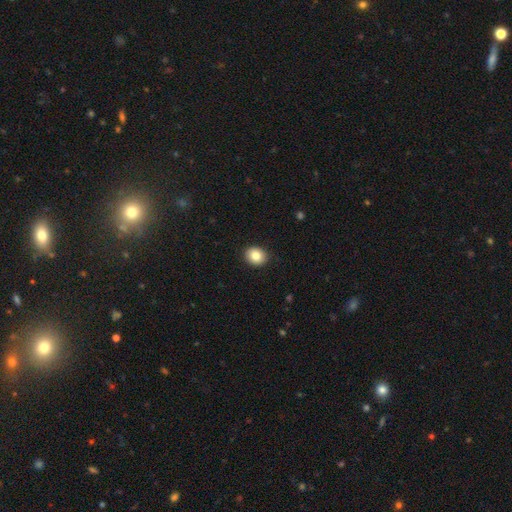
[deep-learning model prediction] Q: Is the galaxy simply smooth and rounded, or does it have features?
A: smooth — 84%.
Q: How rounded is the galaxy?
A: round — 65%.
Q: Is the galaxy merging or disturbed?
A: none — 91%.